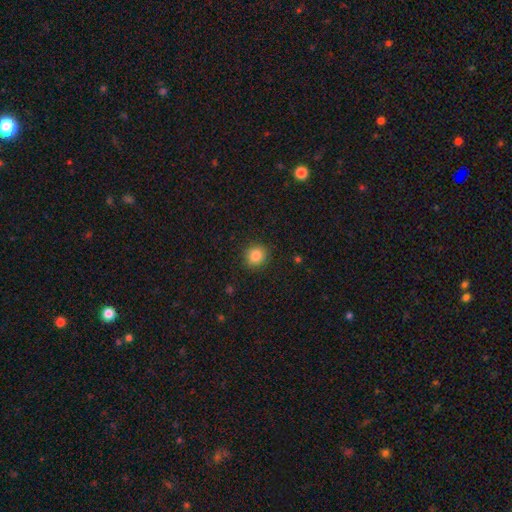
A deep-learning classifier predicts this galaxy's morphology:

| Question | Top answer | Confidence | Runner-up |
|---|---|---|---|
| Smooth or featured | smooth | 86% | star or artifact (10%) |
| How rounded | round | 83% | in between (16%) |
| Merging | none | 89% | minor disturbance (7%) |